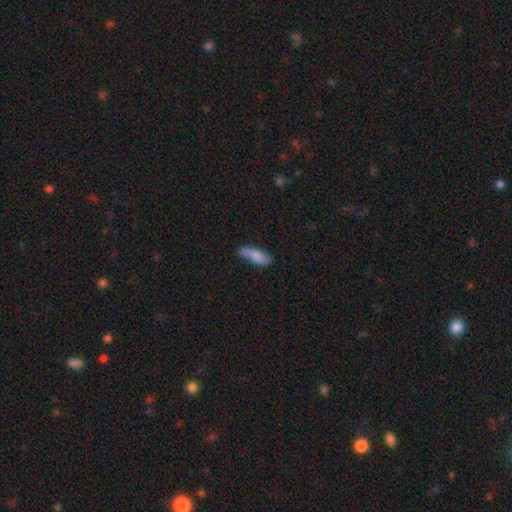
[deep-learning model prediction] The model was most divided on "how rounded": in between: 52%, cigar-shaped: 46%, round: 2%. More confident: merging — none (73%); smooth or featured — smooth (72%).